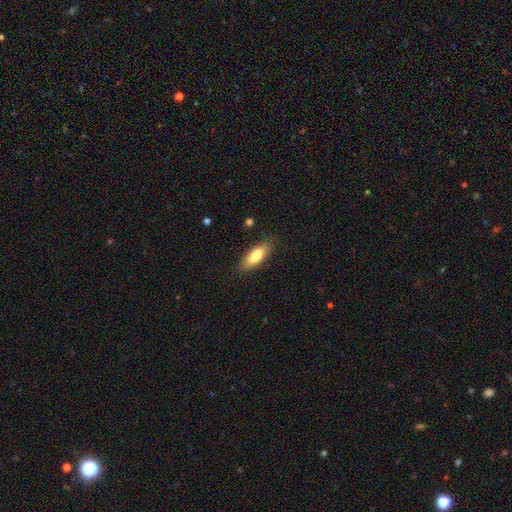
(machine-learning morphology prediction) This is likely a smooth galaxy (77%). How rounded: likely in between (68%). Merging: clearly none (85%).